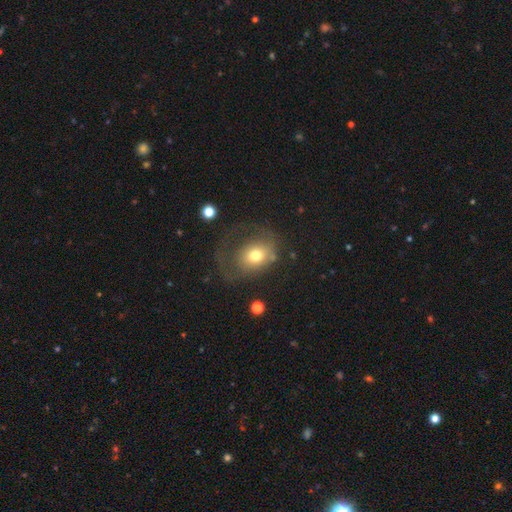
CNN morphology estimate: smooth 63%, featured or disk 27%, star or artifact 10%. Down the decision tree: how rounded — round (50%); merging — major disturbance (40%).